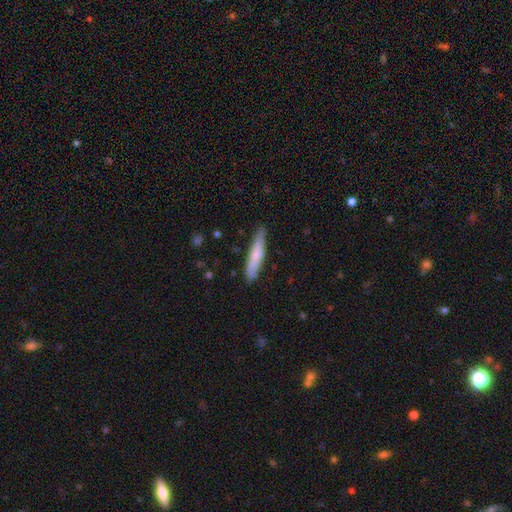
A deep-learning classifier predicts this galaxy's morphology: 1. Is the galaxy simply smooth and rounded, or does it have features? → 67% smooth, 27% featured or disk, 6% star or artifact.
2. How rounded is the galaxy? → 88% cigar-shaped, 11% in between, 1% round.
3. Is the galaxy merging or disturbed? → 81% none, 15% minor disturbance, 2% major disturbance, 2% merger.